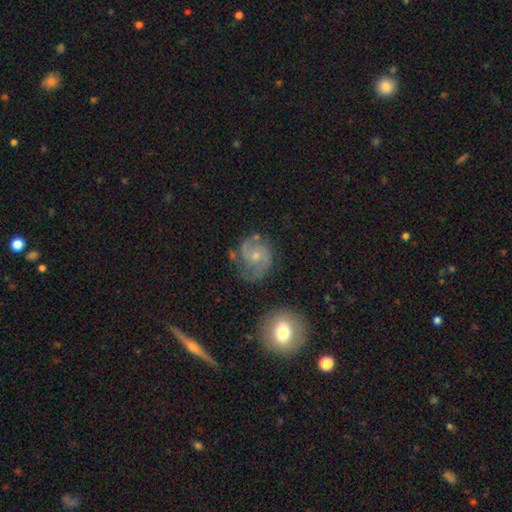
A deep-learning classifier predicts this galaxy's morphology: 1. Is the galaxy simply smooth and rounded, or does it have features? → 80% featured or disk, 13% smooth, 7% star or artifact.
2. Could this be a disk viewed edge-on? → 98% no, 2% yes.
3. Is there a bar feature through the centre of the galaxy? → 67% no, 29% weak, 4% strong.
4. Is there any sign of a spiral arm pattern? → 95% yes, 5% no.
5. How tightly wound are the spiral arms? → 52% medium, 31% tight, 17% loose.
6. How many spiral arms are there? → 83% 2, 7% can't tell, 4% 3, 3% 1, 2% 4, 1% more than 4.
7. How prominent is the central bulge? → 60% small, 35% moderate, 3% none, 1% large, 1% dominant.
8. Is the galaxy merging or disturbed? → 67% none, 20% minor disturbance, 8% major disturbance, 4% merger.